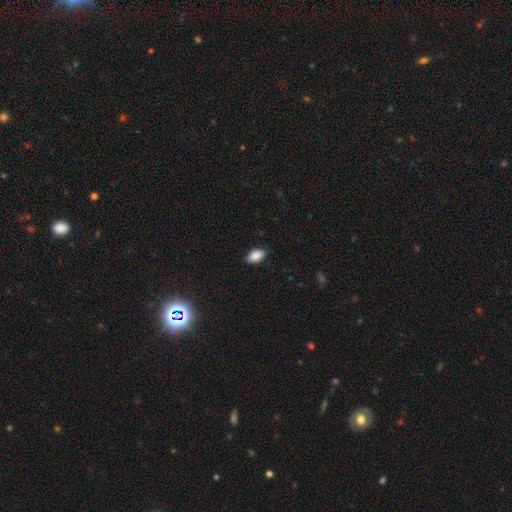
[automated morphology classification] Smooth or featured? smooth (88%)
How rounded? in between (92%)
Merging? none (85%)